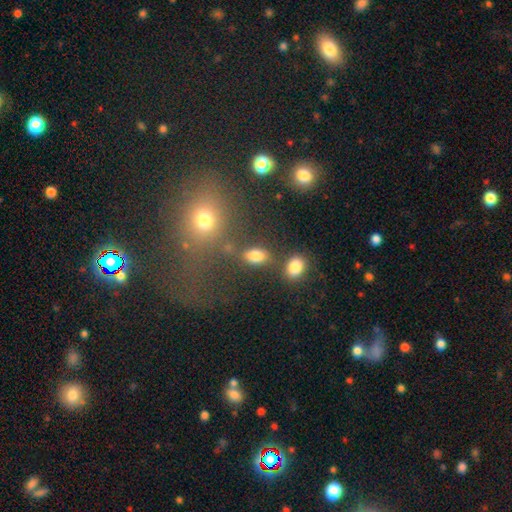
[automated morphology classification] This is clearly a smooth galaxy (82%). How rounded: clearly in between (85%). Merging: likely none (70%).